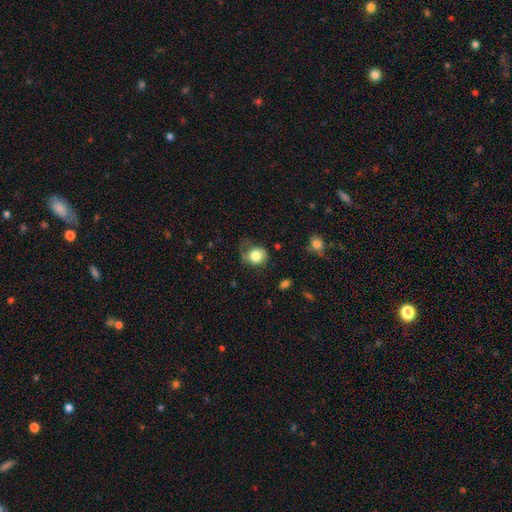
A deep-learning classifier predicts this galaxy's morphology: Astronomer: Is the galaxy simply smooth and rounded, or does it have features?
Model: smooth — 79%.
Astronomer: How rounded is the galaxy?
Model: round — 68%.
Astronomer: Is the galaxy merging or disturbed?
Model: none — 50% (runner-up: minor disturbance, 31%).